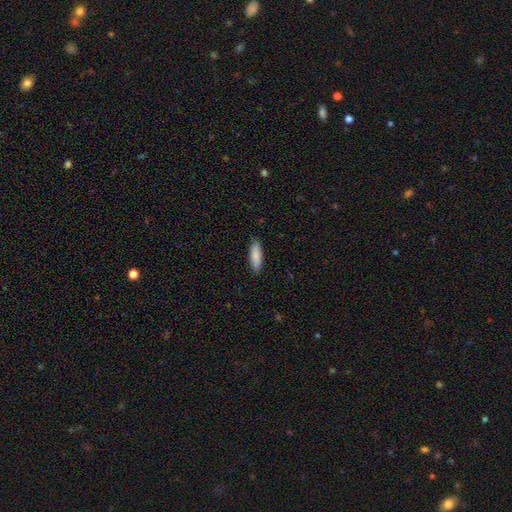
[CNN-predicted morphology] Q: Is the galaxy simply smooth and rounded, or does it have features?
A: smooth — 87%.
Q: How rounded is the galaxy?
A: cigar-shaped — 54%.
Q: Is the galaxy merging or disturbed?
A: none — 88%.